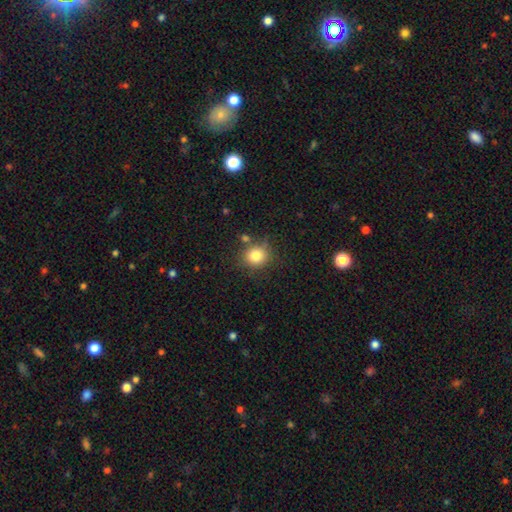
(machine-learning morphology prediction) Smooth or featured? smooth (81%)
How rounded? round (82%)
Merging? none (77%)